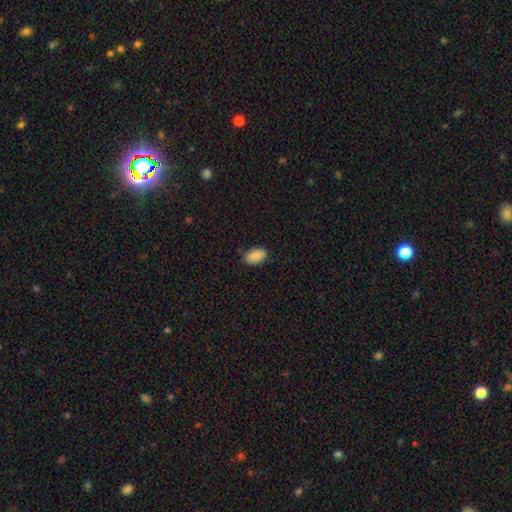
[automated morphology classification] The model was most divided on "merging": none: 82%, minor disturbance: 14%, major disturbance: 3%, merger: 1%. More confident: how rounded — in between (92%); smooth or featured — smooth (88%).